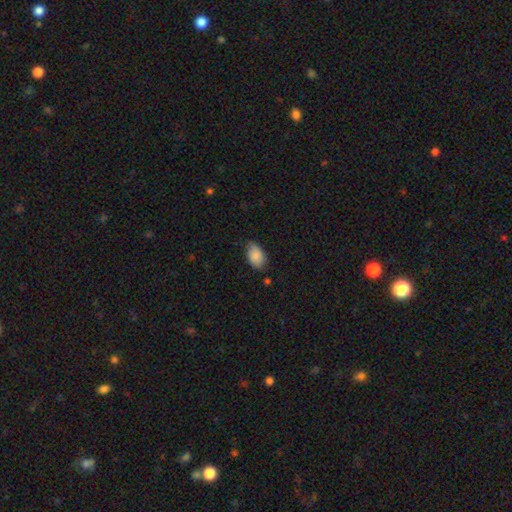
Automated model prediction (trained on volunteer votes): Smooth or featured: smooth — 84% (featured or disk — 9%)
How rounded: in between — 89% (round — 9%)
Merging: none — 60% (minor disturbance — 33%)